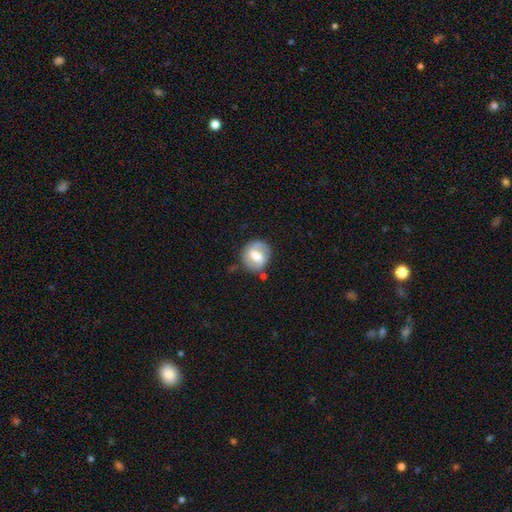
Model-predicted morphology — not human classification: featured or disk 61%, smooth 33%, star or artifact 6%. Down the decision tree: edge-on disk — no (97%); bar — weak (48%); spiral arms — yes (76%); bulge size — moderate (56%); merging — none (74%).